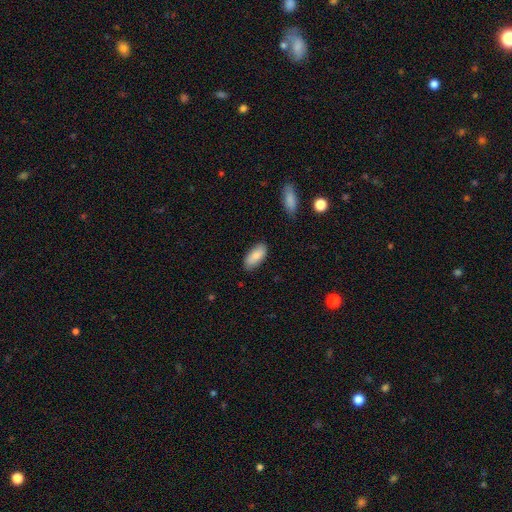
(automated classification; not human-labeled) This appears to be a smooth galaxy with no disk features (85%) that is in between round and cigar-shaped (89%). Merging: none (84%).